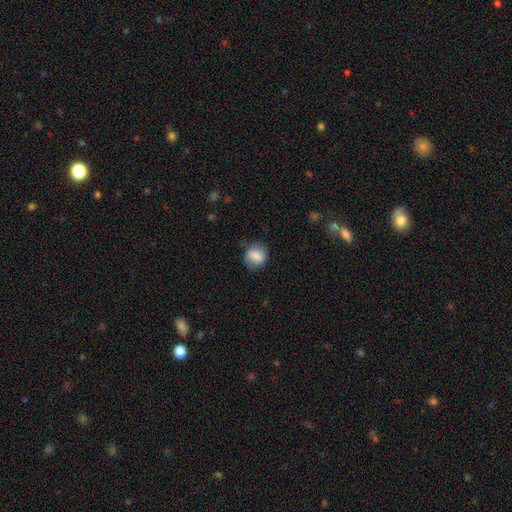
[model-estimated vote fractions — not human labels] A smooth galaxy with no disk features (80%) that is round (69%). Merging: none (73%).